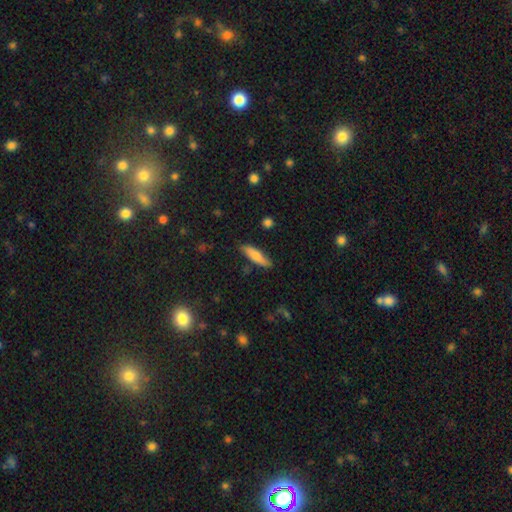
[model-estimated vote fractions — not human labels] Q: Smooth or featured?
A: smooth (74%); runner-up: featured or disk (20%)
Q: How rounded?
A: cigar-shaped (64%); runner-up: in between (35%)
Q: Merging?
A: none (81%); runner-up: minor disturbance (15%)